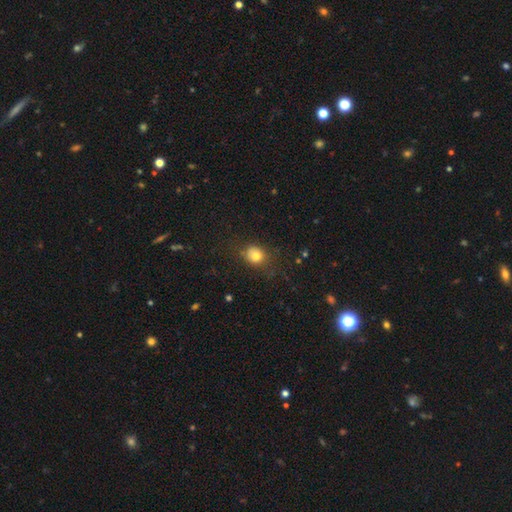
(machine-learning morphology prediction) Q: Smooth or featured?
A: smooth (78%); runner-up: star or artifact (12%)
Q: How rounded?
A: round (69%); runner-up: in between (30%)
Q: Merging?
A: none (68%); runner-up: minor disturbance (22%)